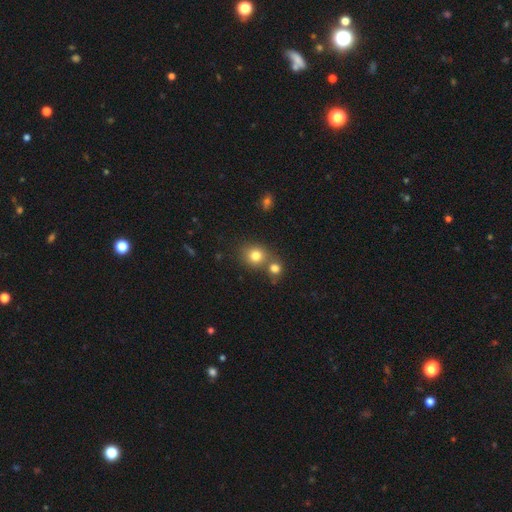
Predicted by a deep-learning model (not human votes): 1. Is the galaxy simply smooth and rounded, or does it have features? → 79% smooth, 12% star or artifact, 9% featured or disk.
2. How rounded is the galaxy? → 80% round, 19% in between, 1% cigar-shaped.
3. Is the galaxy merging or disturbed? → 55% none, 33% merger, 8% minor disturbance, 3% major disturbance.